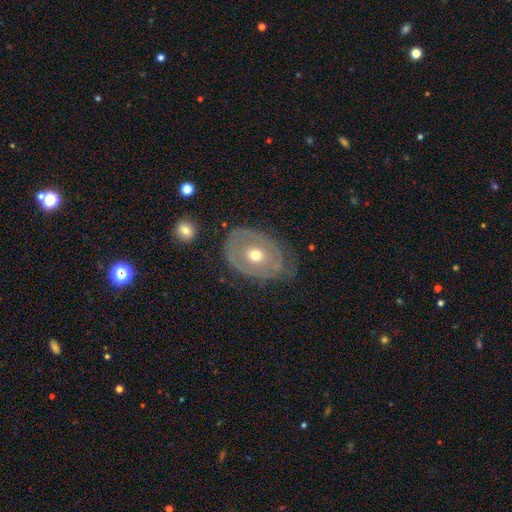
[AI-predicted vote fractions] smooth-or-featured: featured or disk: 64% | smooth: 29% | star or artifact: 7%
  disk-edge-on: no: 93% | yes: 7%
    bar: no: 86% | weak: 11% | strong: 3%
    has-spiral-arms: no: 59% | yes: 41%
    bulge-size: moderate: 65% | small: 31% | large: 2% | dominant: 1% | none: 1%
  merging: none: 61% | minor disturbance: 26% | major disturbance: 11% | merger: 2%